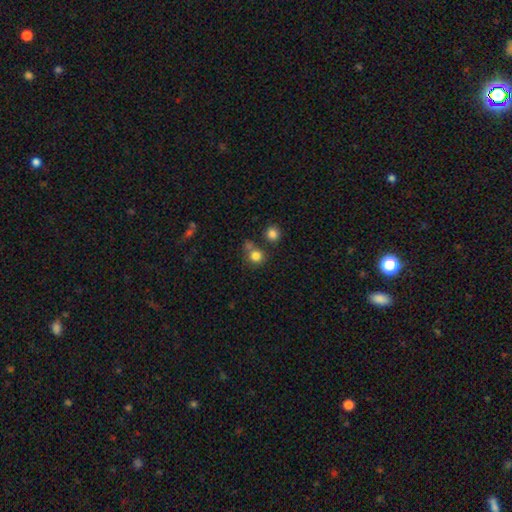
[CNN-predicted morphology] Overall: smooth (81%). How rounded: round (88%). Merging: none (64%).